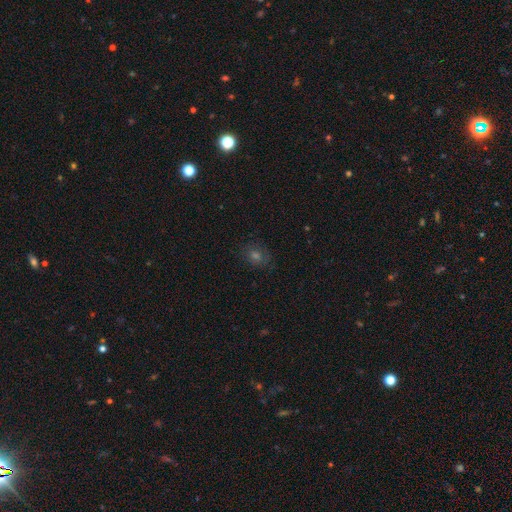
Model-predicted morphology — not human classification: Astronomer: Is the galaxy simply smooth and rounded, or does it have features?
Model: smooth — 54% (runner-up: star or artifact, 30%).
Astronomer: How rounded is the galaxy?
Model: round — 65%.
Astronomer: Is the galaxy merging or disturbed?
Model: none — 82%.